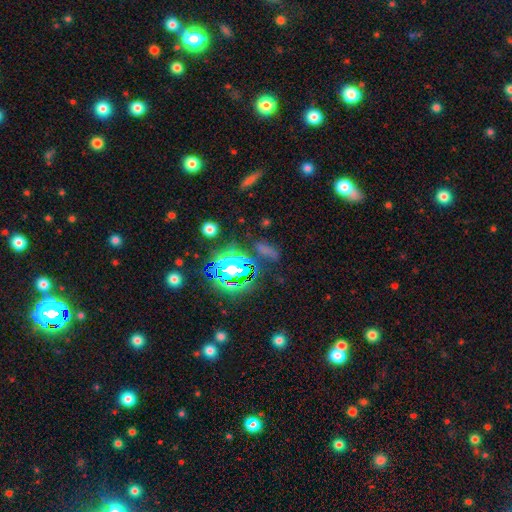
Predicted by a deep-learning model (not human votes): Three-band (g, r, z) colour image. It shows a star or artifact, not a galaxy (73%).